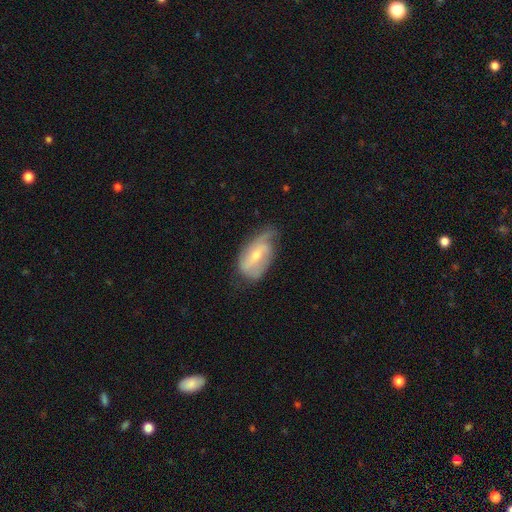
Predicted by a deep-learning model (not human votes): Overall: featured or disk (62%; smooth 31%). Edge-on disk: no (93%). Bar: weak (44%; no 35%). Spiral arms: yes (79%). Bulge size: small (49%; moderate 45%). Merging: none (45%; minor disturbance 37%).